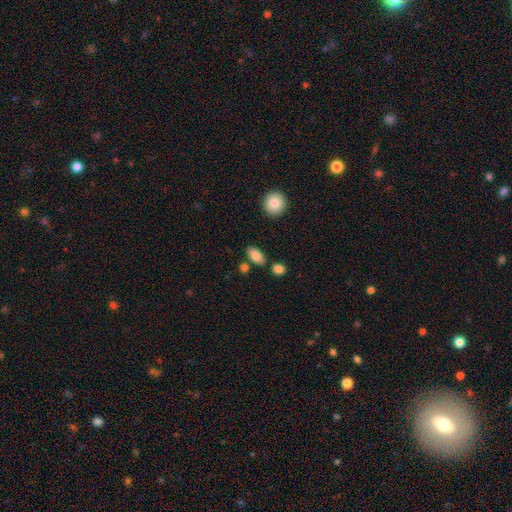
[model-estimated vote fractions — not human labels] Q: Smooth or featured?
A: smooth (83%); runner-up: featured or disk (10%)
Q: How rounded?
A: in between (89%); runner-up: cigar-shaped (6%)
Q: Merging?
A: none (78%); runner-up: minor disturbance (11%)